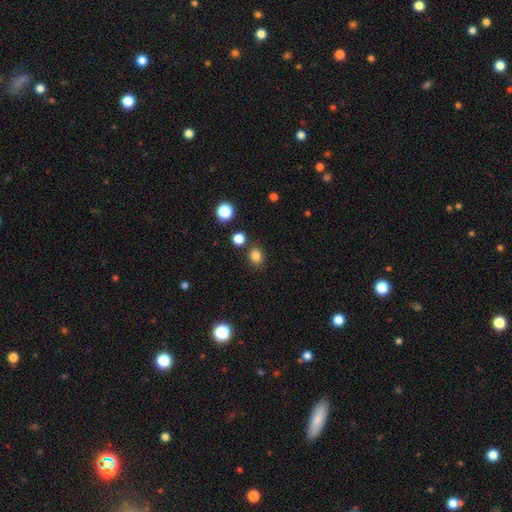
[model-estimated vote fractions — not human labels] Smooth or featured?
  - smooth: 82% *
  - star or artifact: 14%
  - featured or disk: 5%
How rounded?
  - round: 61% *
  - in between: 38%
  - cigar-shaped: 1%
Merging?
  - none: 83% *
  - minor disturbance: 9%
  - merger: 6%
  - major disturbance: 3%